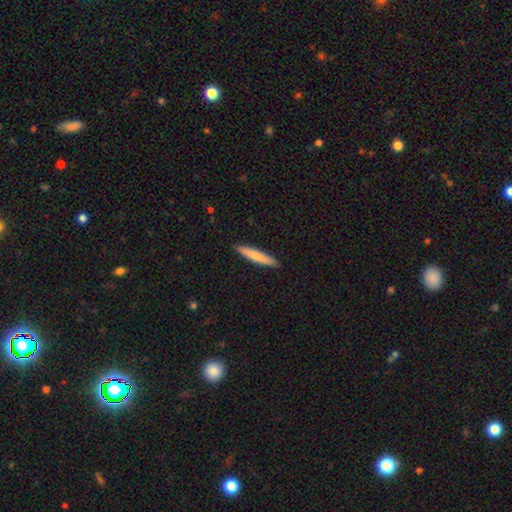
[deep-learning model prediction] A smooth galaxy with no disk features (77%) that is cigar-shaped (93%).

Vote fractions:
- Smooth or featured? smooth: 77% / featured or disk: 18% / star or artifact: 5%
- How rounded? cigar-shaped: 93% / in between: 5% / round: 1%
- Merging? none: 91% / minor disturbance: 7% / major disturbance: 1% / merger: 1%